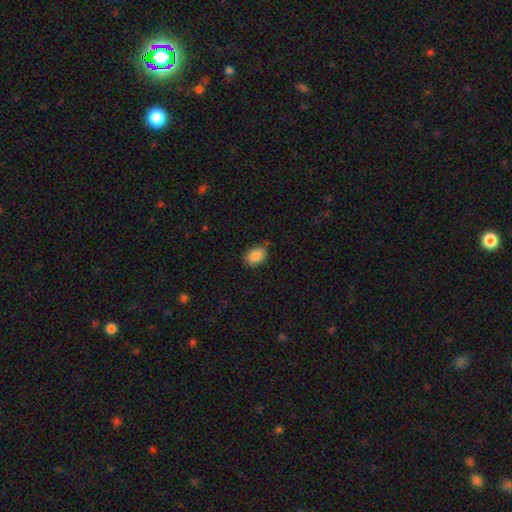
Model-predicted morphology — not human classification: smooth_or_featured: smooth (p=0.87) [alt: star or artifact p=0.08]
how_rounded: in between (p=0.72) [alt: round p=0.27]
merging: none (p=0.78) [alt: minor disturbance p=0.17]